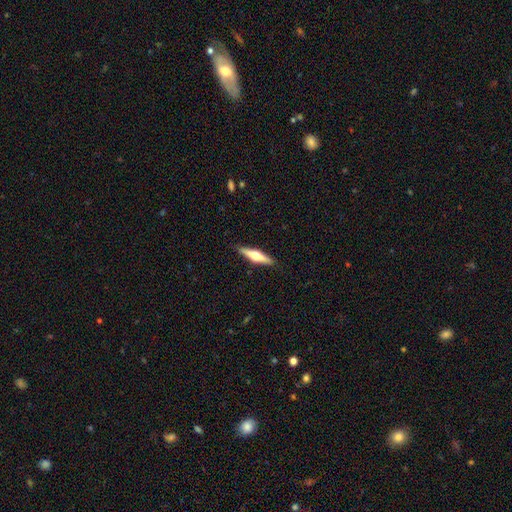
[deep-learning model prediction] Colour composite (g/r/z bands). It shows a featured or disk galaxy (64%) viewed edge-on (97%) with a rounded central bulge (95%). Merging: none (91%).